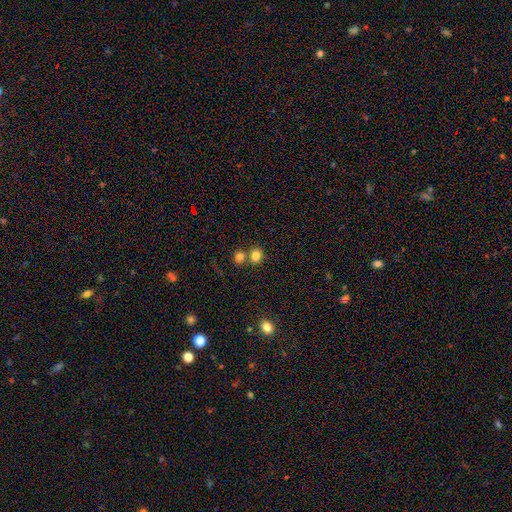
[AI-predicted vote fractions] smooth-or-featured: smooth: 81% | star or artifact: 12% | featured or disk: 7%
  how-rounded: round: 79% | in between: 21% | cigar-shaped: 1%
  merging: none: 54% | merger: 36% | minor disturbance: 7% | major disturbance: 3%